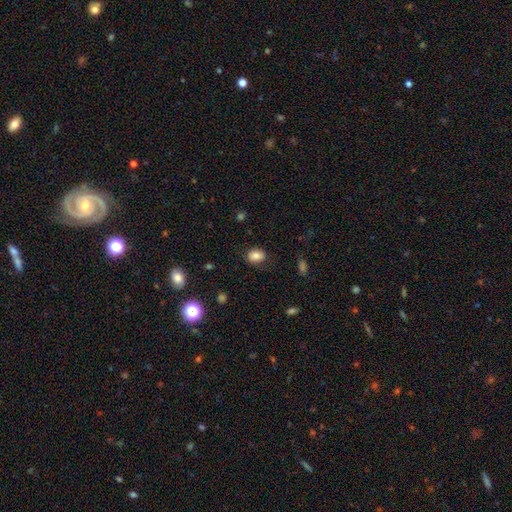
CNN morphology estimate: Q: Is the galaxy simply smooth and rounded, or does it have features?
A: smooth — 82%.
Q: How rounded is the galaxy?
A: in between — 65%.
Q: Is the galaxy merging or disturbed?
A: none — 81%.